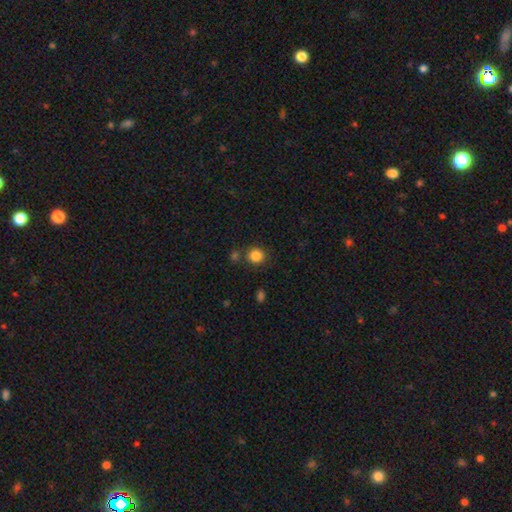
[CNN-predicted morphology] A smooth galaxy with no disk features (85%) that is round (88%). Merging: none (79%).